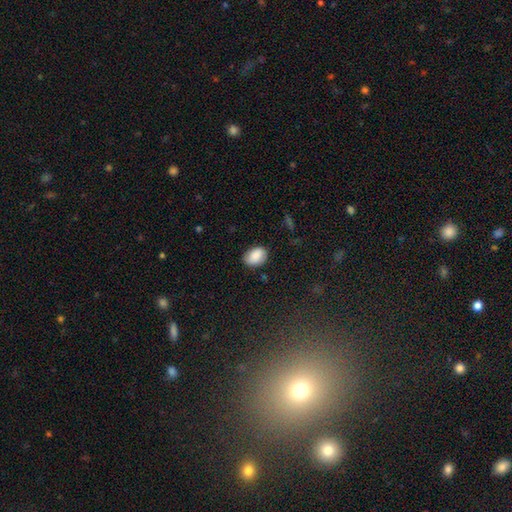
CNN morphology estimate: Smooth or featured? Predicted: smooth (p=0.85). How rounded? Predicted: in between (p=0.81). Merging? Predicted: none (p=0.79).